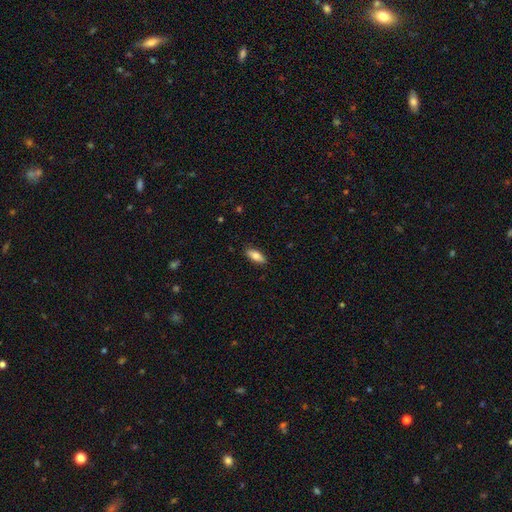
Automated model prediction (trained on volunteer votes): A smooth galaxy with no disk features (78%) that is in between round and cigar-shaped (76%). Merging: none (87%).